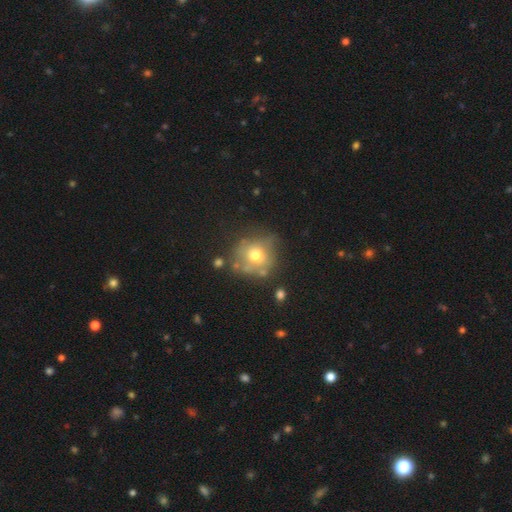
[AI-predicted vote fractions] Smooth or featured: smooth — 63% (featured or disk — 25%)
How rounded: round — 86% (in between — 13%)
Merging: none — 60% (minor disturbance — 22%)